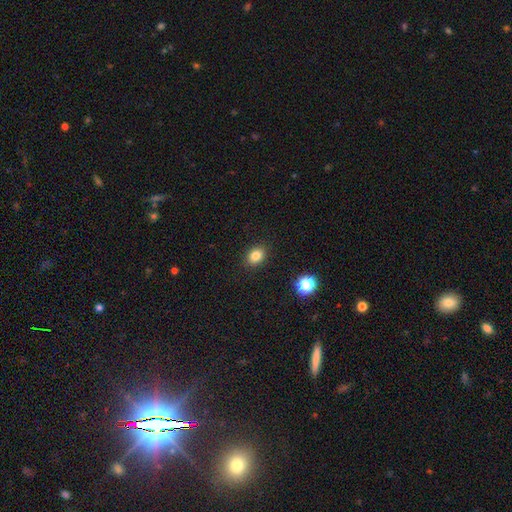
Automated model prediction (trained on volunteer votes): Smooth or featured? smooth (82%)
How rounded? in between (62%)
Merging? none (88%)